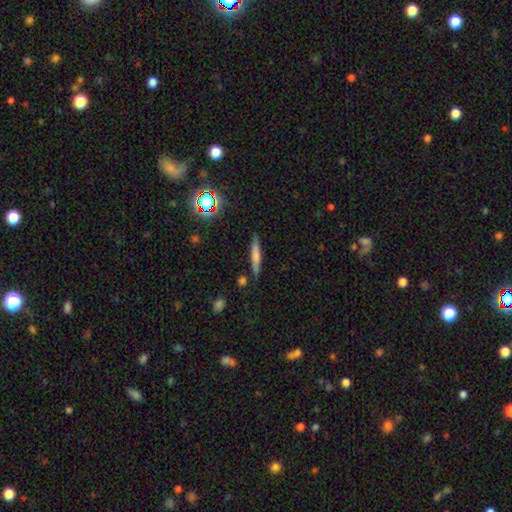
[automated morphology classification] Overall: smooth (61%; featured or disk 28%). How rounded: cigar-shaped (89%). Merging: none (81%).